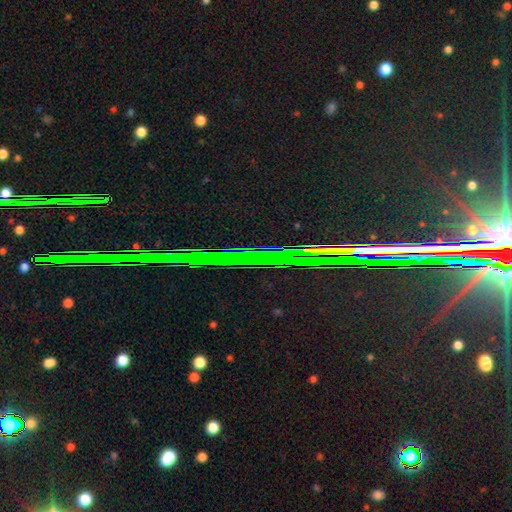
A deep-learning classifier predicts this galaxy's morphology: smooth-or-featured: star or artifact: 83% | featured or disk: 10% | smooth: 7%